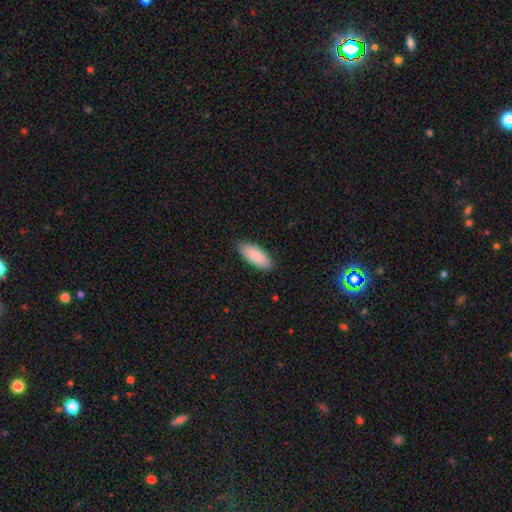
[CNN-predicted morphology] Q: Smooth or featured?
A: smooth (87%); runner-up: featured or disk (7%)
Q: How rounded?
A: in between (80%); runner-up: cigar-shaped (18%)
Q: Merging?
A: none (86%); runner-up: minor disturbance (11%)